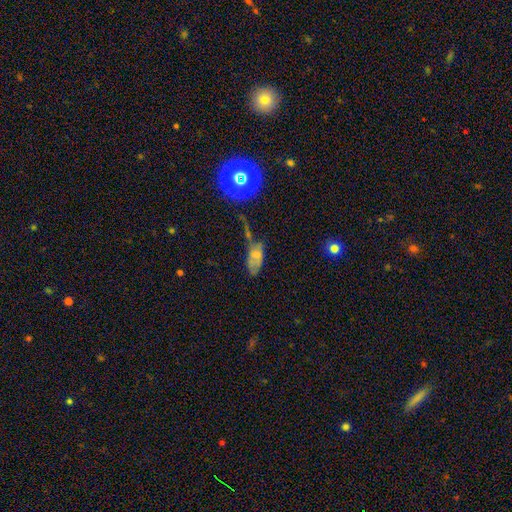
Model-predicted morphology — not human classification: A smooth galaxy with no disk features (58%) that is in between round and cigar-shaped (90%). Merging: none (36%).